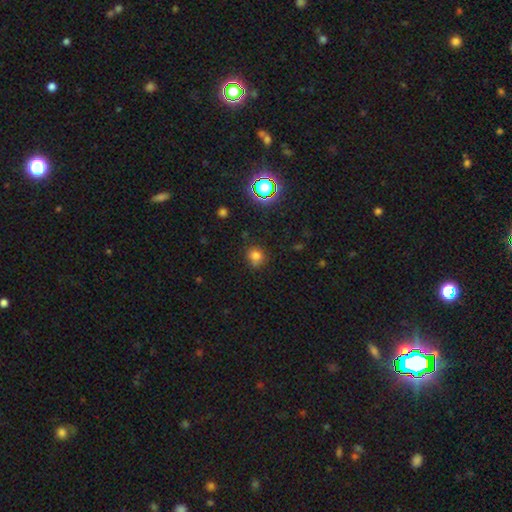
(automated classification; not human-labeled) smooth 75%, star or artifact 19%, featured or disk 6%. Down the decision tree: how rounded — round (80%); merging — none (72%).